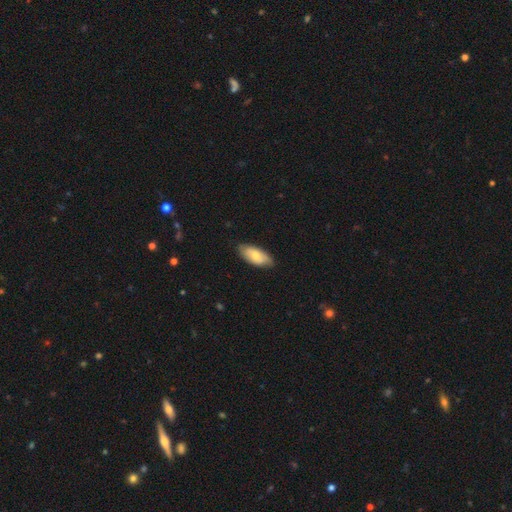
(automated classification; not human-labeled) The model was most divided on "smooth or featured": smooth: 71%, featured or disk: 24%, star or artifact: 6%. More confident: how rounded — in between (90%); merging — none (81%).